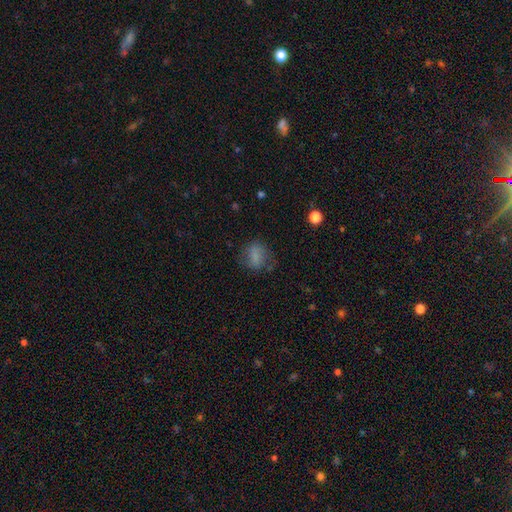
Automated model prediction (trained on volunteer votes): The model was most divided on "how rounded": in between: 51%, round: 47%, cigar-shaped: 2%. More confident: smooth or featured — smooth (75%); merging — none (65%).